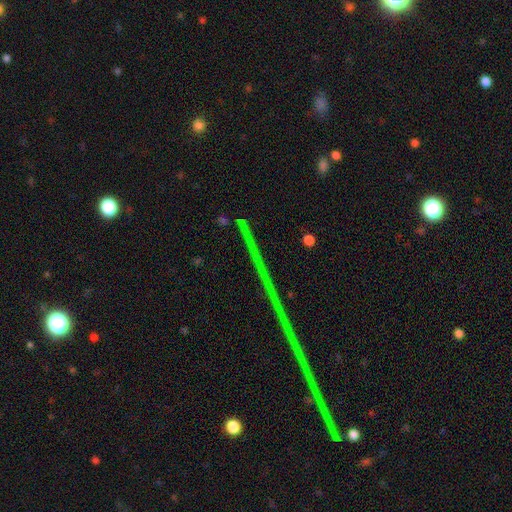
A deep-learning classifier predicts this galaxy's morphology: This is likely a star or artifact rather than a galaxy (79%).